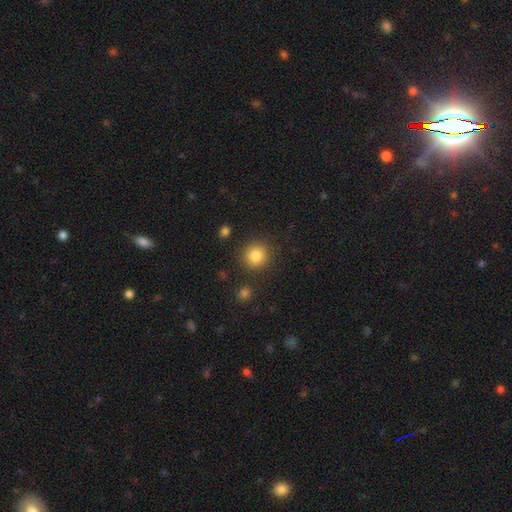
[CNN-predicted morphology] smooth_or_featured: smooth (p=0.84) [alt: star or artifact p=0.10]
how_rounded: round (p=0.91) [alt: in between p=0.08]
merging: none (p=0.87) [alt: minor disturbance p=0.07]